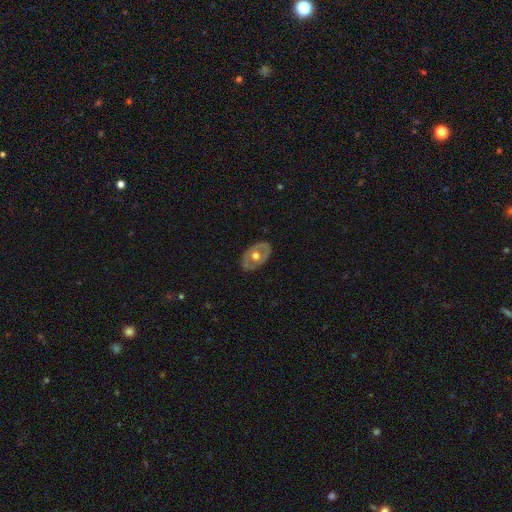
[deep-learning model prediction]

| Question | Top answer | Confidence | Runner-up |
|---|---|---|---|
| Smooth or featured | featured or disk | 57% | smooth (37%) |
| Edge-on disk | no | 89% | yes (11%) |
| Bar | no | 86% | weak (10%) |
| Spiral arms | no | 86% | yes (14%) |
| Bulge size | moderate | 71% | large (21%) |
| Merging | none | 80% | minor disturbance (15%) |